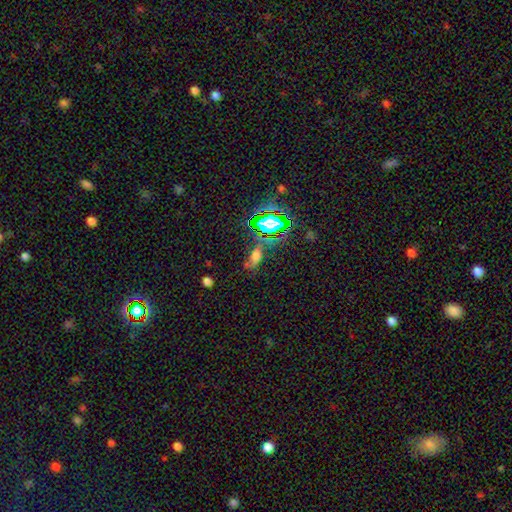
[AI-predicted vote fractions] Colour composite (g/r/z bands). It shows a smooth galaxy with no disk features (49%). Merging: none (54%).